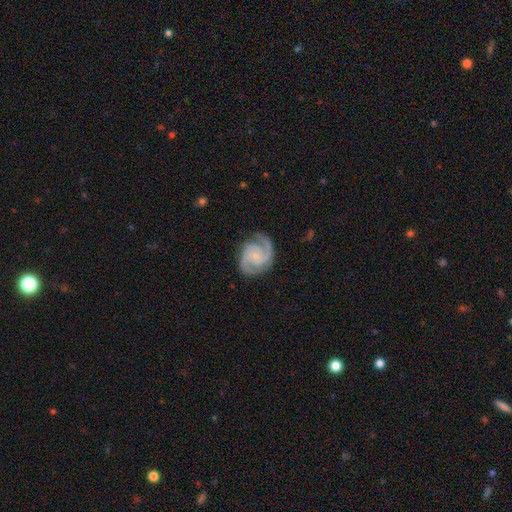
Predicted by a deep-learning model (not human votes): This appears to be a featured or disk galaxy (90%) with no bar (62%), 2 (77%) medium (50%) spiral arms (98%) and a small central bulge (72%). Merging: none (78%).